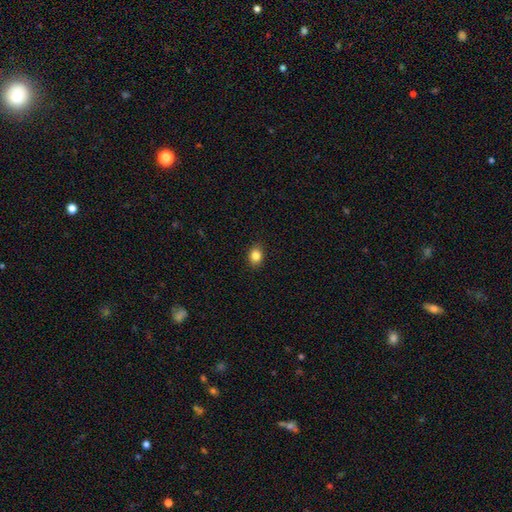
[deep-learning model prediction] This appears to be a smooth galaxy with no disk features (84%) that is in between round and cigar-shaped (62%). Merging: none (89%).